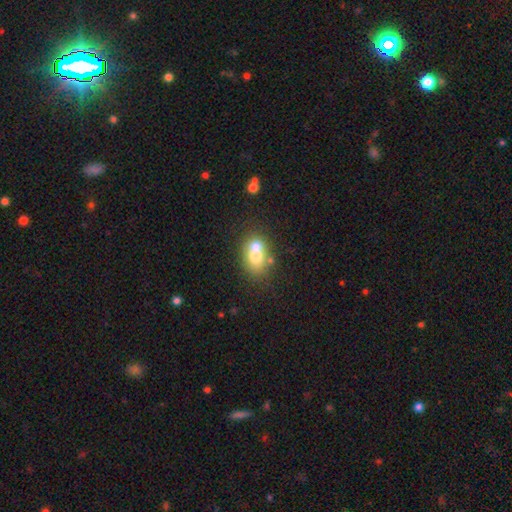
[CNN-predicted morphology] smooth-or-featured: smooth: 66% | featured or disk: 23% | star or artifact: 11%
  how-rounded: in between: 54% | round: 44% | cigar-shaped: 1%
  merging: merger: 57% | none: 32% | minor disturbance: 8% | major disturbance: 4%